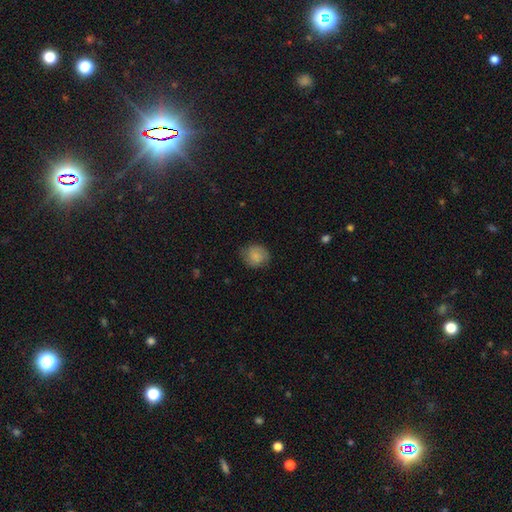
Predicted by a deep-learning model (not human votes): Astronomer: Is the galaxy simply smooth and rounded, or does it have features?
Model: smooth — 76%.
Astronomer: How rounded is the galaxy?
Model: round — 75%.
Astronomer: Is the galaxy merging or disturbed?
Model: none — 72%.